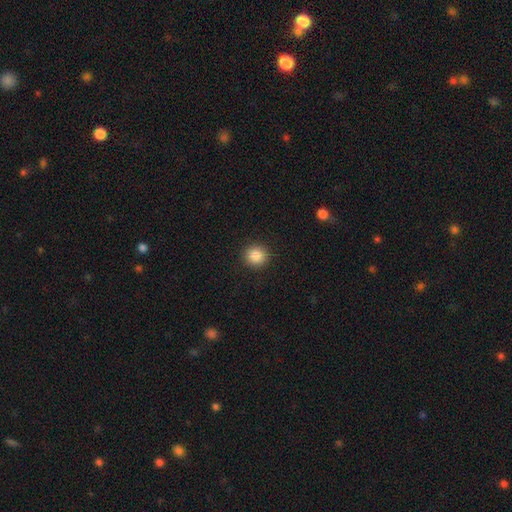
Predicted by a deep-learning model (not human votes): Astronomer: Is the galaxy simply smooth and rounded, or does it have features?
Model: smooth — 86%.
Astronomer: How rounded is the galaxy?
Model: round — 91%.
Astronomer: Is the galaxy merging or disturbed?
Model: none — 91%.